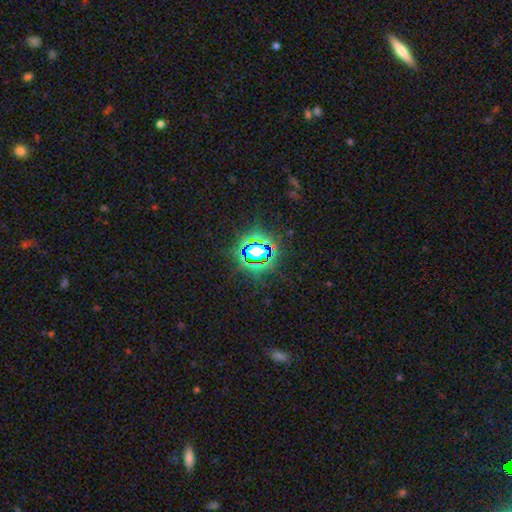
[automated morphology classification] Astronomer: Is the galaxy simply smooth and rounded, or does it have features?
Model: star or artifact — 79%.